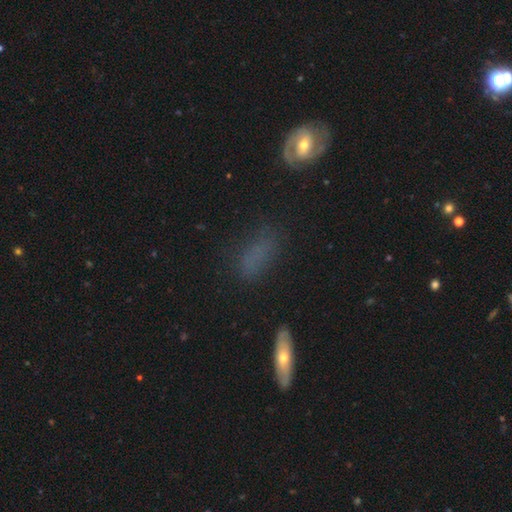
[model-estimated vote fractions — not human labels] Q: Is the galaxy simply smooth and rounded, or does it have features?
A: smooth — 55%.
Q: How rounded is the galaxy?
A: in between — 70%.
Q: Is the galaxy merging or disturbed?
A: none — 63%.